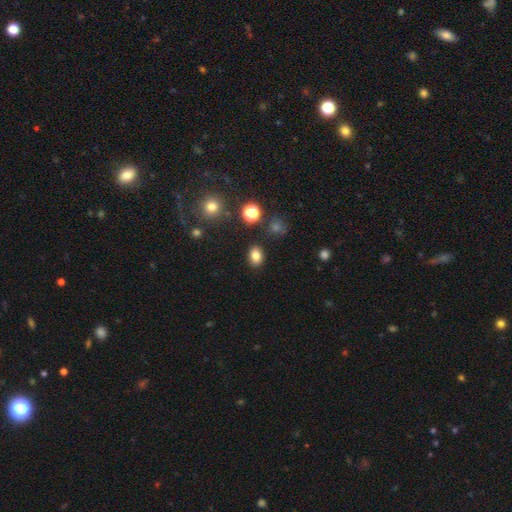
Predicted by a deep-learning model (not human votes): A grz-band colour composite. It shows a smooth galaxy with no disk features (81%) that is in between round and cigar-shaped (68%). Merging: none (87%).